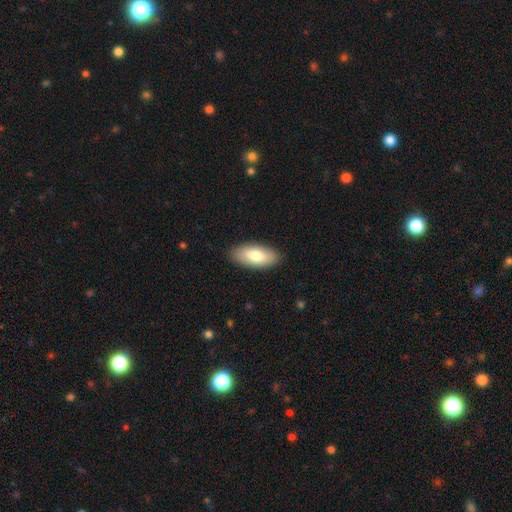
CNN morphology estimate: smooth-or-featured: smooth: 78% | featured or disk: 16% | star or artifact: 6%
  how-rounded: in between: 86% | cigar-shaped: 11% | round: 2%
  merging: none: 89% | minor disturbance: 8% | major disturbance: 2% | merger: 1%